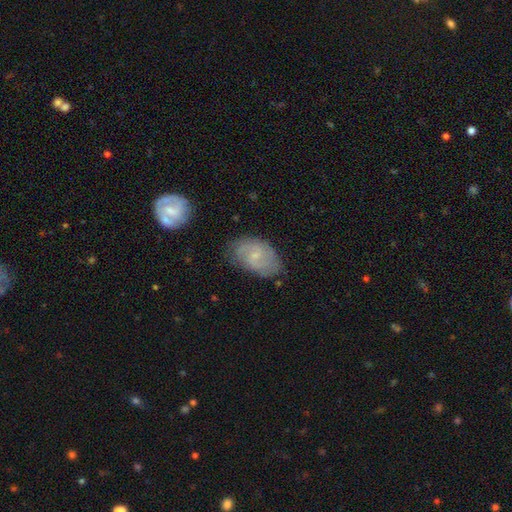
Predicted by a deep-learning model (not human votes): smooth-or-featured: featured or disk: 67% | smooth: 26% | star or artifact: 8%
  disk-edge-on: no: 96% | yes: 4%
    bar: weak: 50% | no: 43% | strong: 7%
    has-spiral-arms: yes: 90% | no: 10%
      spiral-winding: medium: 46% | tight: 33% | loose: 21%
      spiral-arm-count: 2: 68% | can't tell: 20% | 3: 5% | 1: 3% | 4: 2% | more than 4: 2%
    bulge-size: small: 74% | moderate: 18% | none: 7% | large: 1% | dominant: 1%
  merging: none: 71% | minor disturbance: 21% | major disturbance: 6% | merger: 3%